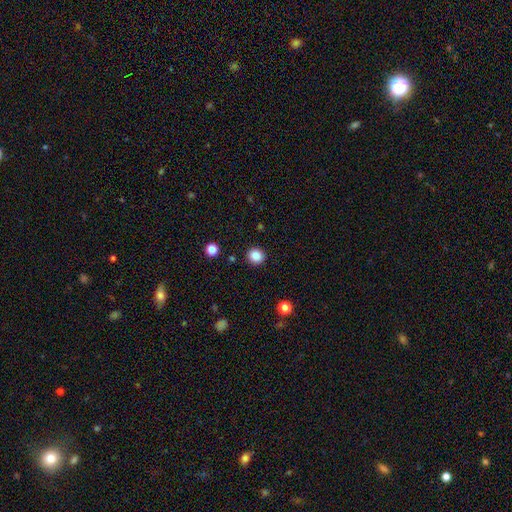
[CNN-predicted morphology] Overall: smooth (86%). How rounded: round (87%). Merging: none (90%).